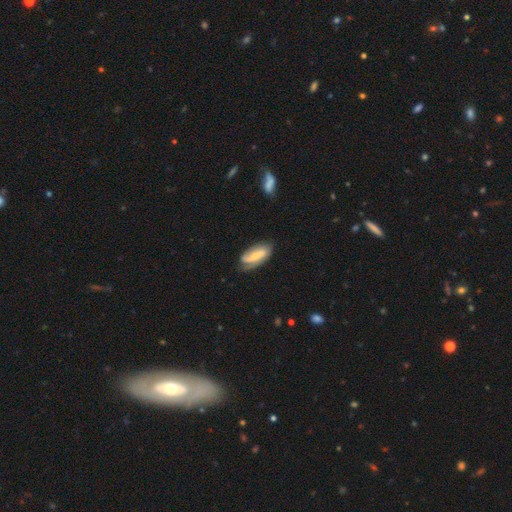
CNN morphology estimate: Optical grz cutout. It shows a featured or disk galaxy (61%) with a weak bar (36%), spiral arms (87%) and a small central bulge (53%). Merging: none (66%).